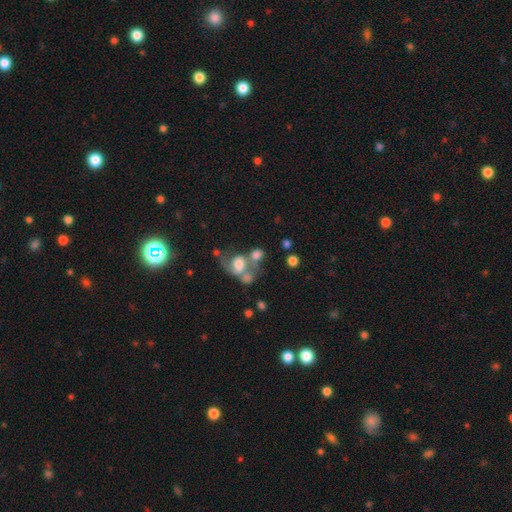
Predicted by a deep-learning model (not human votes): The model was most divided on "how rounded": round: 53%, in between: 46%, cigar-shaped: 2%. More confident: smooth or featured — smooth (57%); merging — merger (53%).